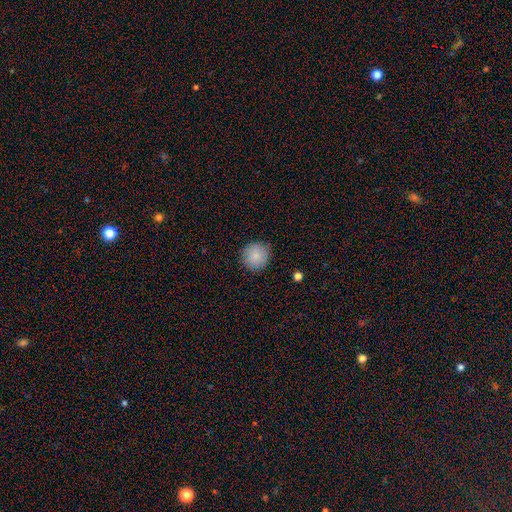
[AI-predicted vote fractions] Overall: smooth (86%). How rounded: round (93%). Merging: none (89%).